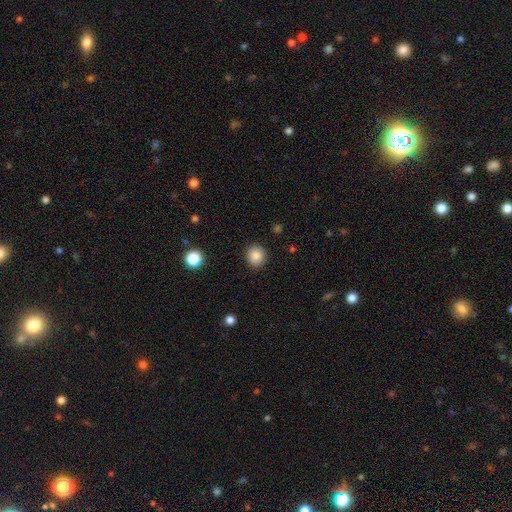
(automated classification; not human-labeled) smooth 86%, star or artifact 10%, featured or disk 5%. Down the decision tree: how rounded — round (88%); merging — none (90%).